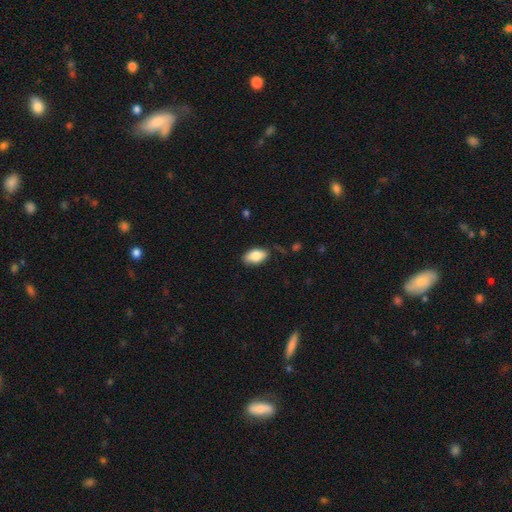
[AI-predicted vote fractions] Overall: smooth (82%). How rounded: in between (92%). Merging: none (76%).